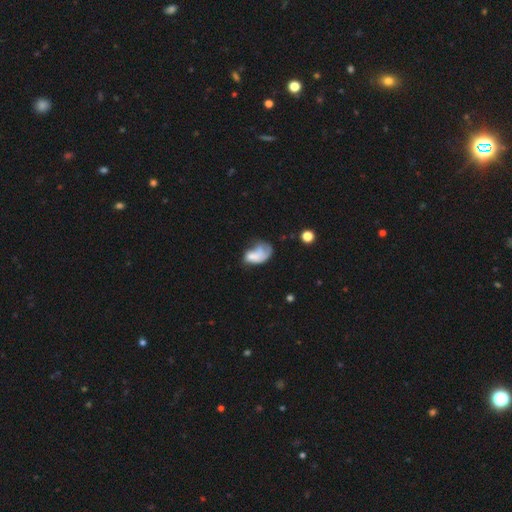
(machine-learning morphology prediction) smooth 55%, featured or disk 36%, star or artifact 10%. Down the decision tree: how rounded — in between (86%); merging — major disturbance (39%).